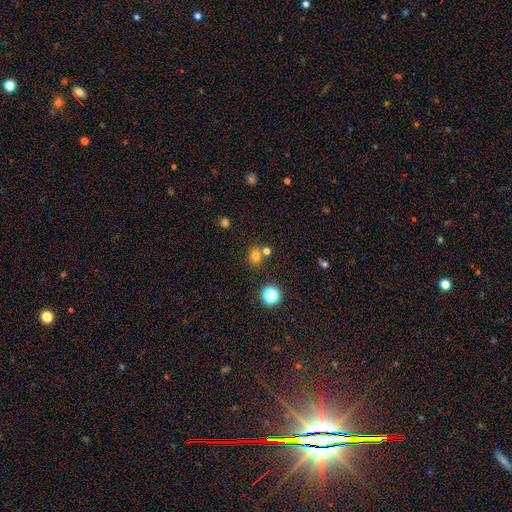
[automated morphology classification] Q: Smooth or featured?
A: smooth (73%); runner-up: star or artifact (19%)
Q: How rounded?
A: round (61%); runner-up: in between (38%)
Q: Merging?
A: none (66%); runner-up: merger (20%)